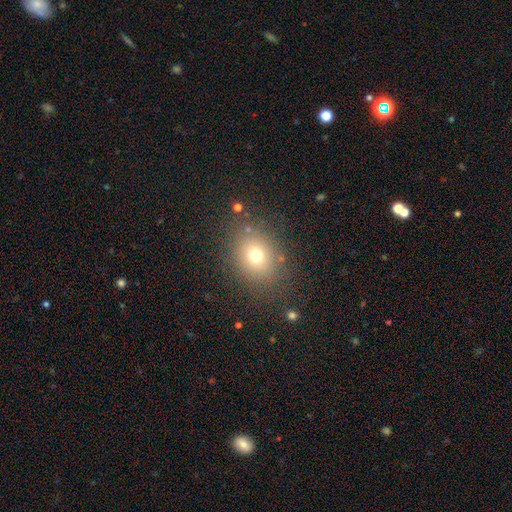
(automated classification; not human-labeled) This appears to be a smooth galaxy with no disk features (72%) that is round (51%). Merging: none (82%).